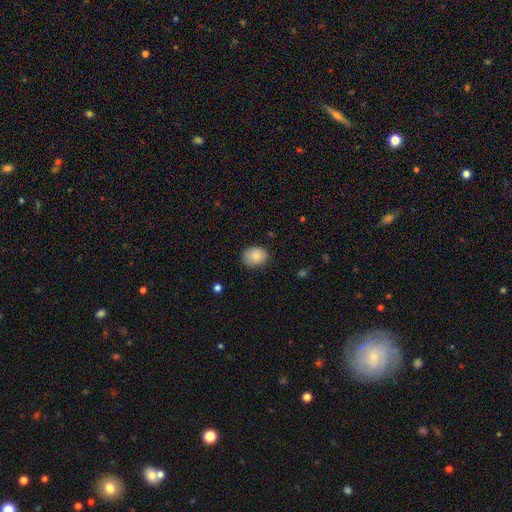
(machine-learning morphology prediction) Smooth or featured? smooth (86%)
How rounded? in between (57%)
Merging? none (82%)